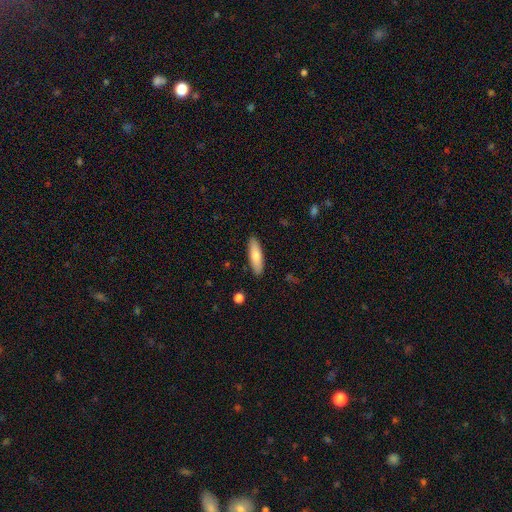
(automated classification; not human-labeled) smooth-or-featured: smooth: 76% | featured or disk: 18% | star or artifact: 6%
  how-rounded: cigar-shaped: 56% | in between: 42% | round: 2%
  merging: none: 89% | minor disturbance: 8% | major disturbance: 2% | merger: 1%